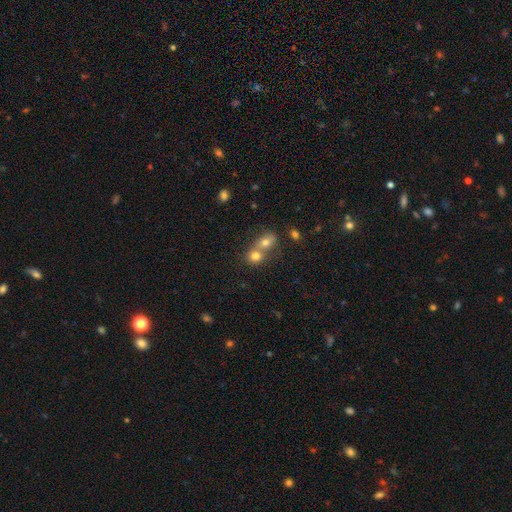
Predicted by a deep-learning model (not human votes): Q: Smooth or featured?
A: smooth (75%); runner-up: featured or disk (13%)
Q: How rounded?
A: round (69%); runner-up: in between (29%)
Q: Merging?
A: merger (63%); runner-up: none (29%)